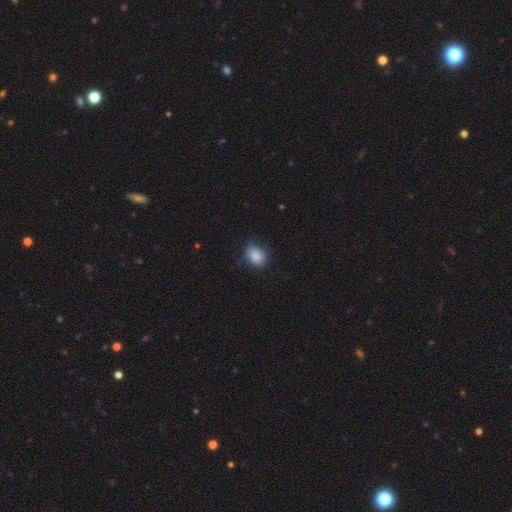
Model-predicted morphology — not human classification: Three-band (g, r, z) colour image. It shows a smooth galaxy with no disk features (86%) that is in between round and cigar-shaped (69%). Merging: none (75%).